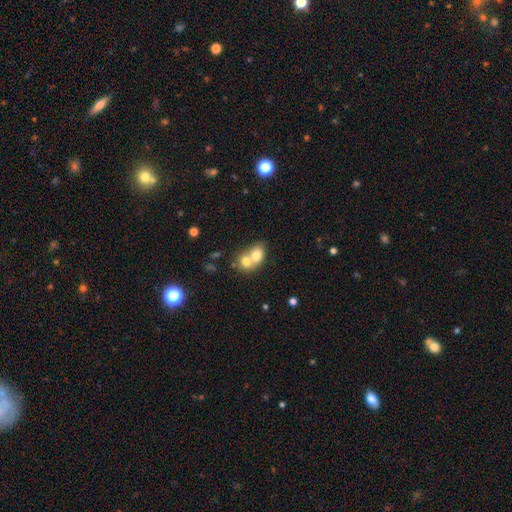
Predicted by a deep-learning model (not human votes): smooth 72%, featured or disk 19%, star or artifact 8%. Down the decision tree: how rounded — in between (54%); merging — merger (72%).